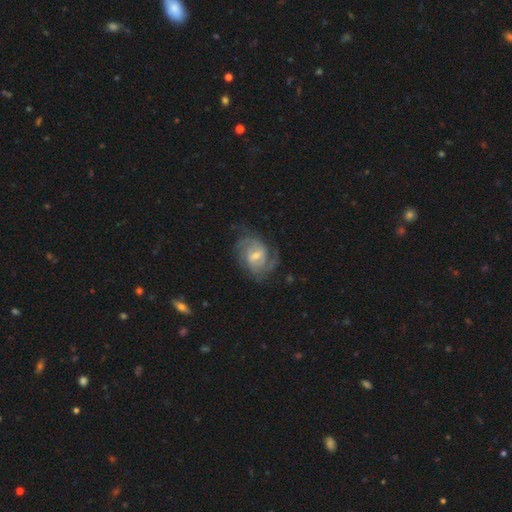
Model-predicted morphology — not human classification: Overall: featured or disk (83%). Edge-on disk: no (97%). Bar: weak (59%; strong 21%). Spiral arms: yes (94%). Spiral arm count: 2 (47%; can't tell 22%). Spiral winding: medium (44%; tight 42%). Bulge size: moderate (50%; small 40%). Merging: none (64%).